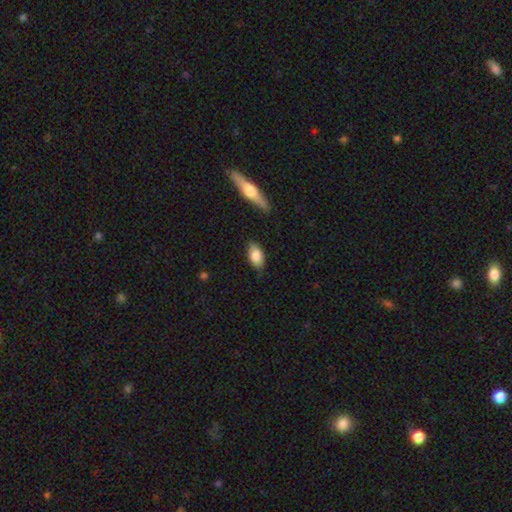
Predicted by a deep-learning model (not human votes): This is likely a smooth galaxy (79%). How rounded: clearly in between (90%). Merging: likely none (76%).